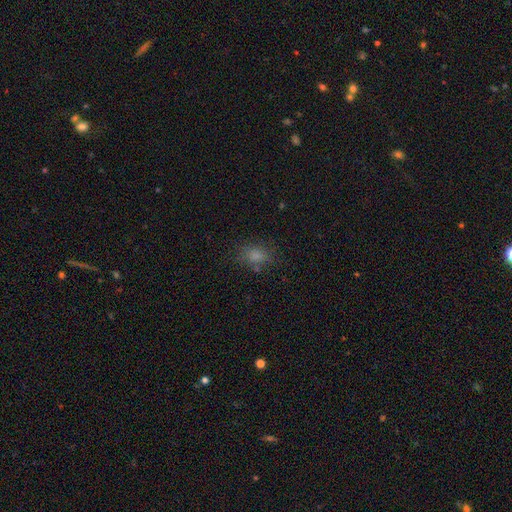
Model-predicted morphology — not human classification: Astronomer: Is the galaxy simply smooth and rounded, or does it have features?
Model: smooth — 79%.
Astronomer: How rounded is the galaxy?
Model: in between — 67%.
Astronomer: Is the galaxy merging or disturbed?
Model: none — 74%.